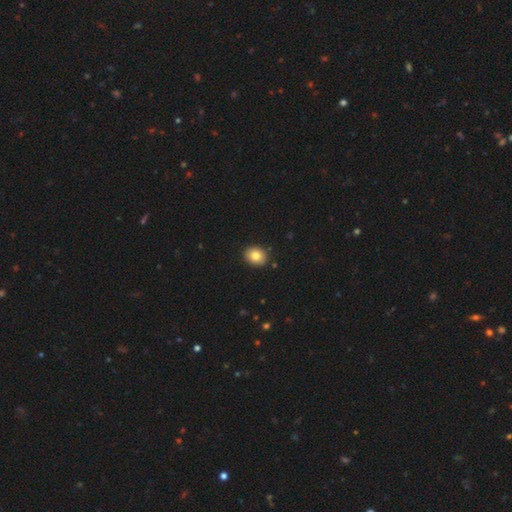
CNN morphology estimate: This is clearly a smooth galaxy (83%). How rounded: possibly round (52%). Merging: clearly none (89%).